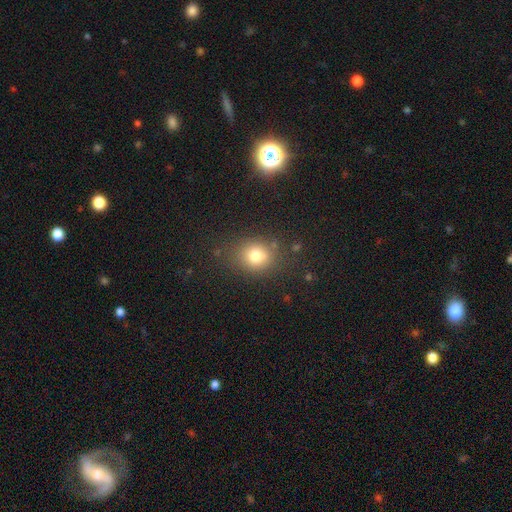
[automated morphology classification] Smooth or featured: smooth — 77% (star or artifact — 14%)
How rounded: round — 68% (in between — 31%)
Merging: none — 78% (minor disturbance — 13%)